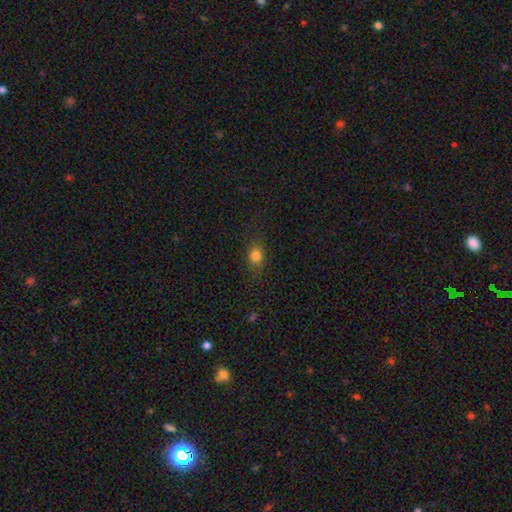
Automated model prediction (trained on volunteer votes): This is likely a smooth galaxy (79%). How rounded: possibly round (57%). Merging: clearly none (82%).